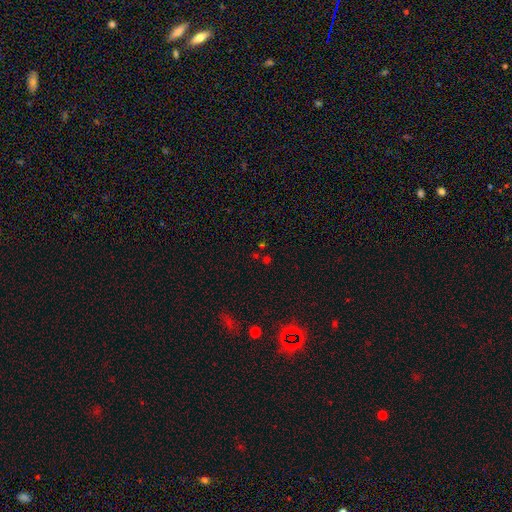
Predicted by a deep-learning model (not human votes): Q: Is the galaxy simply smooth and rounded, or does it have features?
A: star or artifact — 54%.